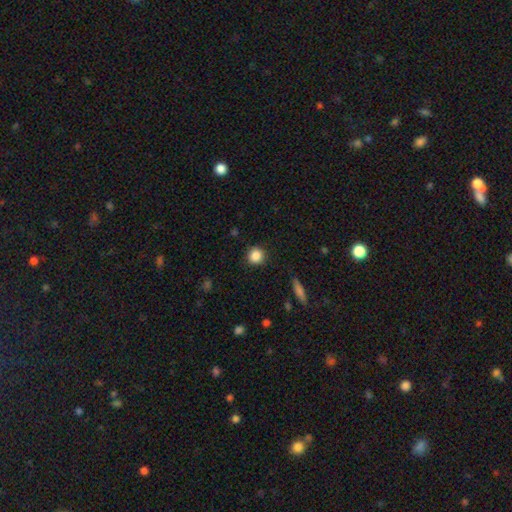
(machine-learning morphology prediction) Smooth or featured: smooth — 86% (star or artifact — 10%)
How rounded: round — 91% (in between — 8%)
Merging: none — 89% (minor disturbance — 8%)